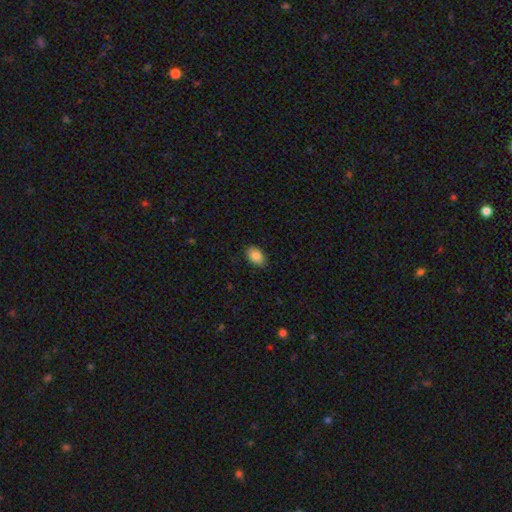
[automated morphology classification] Smooth or featured? Predicted: smooth (p=0.86). How rounded? Predicted: in between (p=0.88). Merging? Predicted: none (p=0.86).